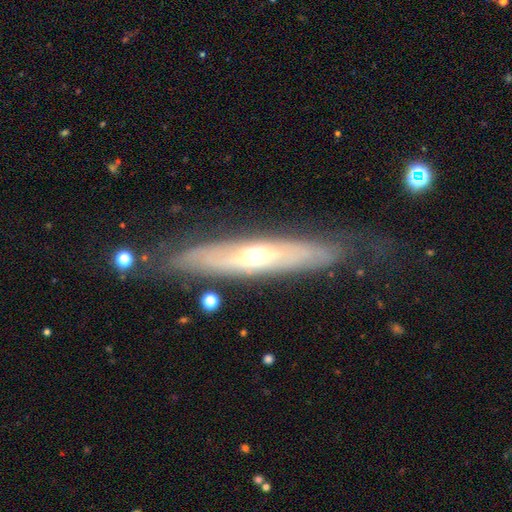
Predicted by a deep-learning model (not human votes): This appears to be a featured or disk galaxy (72%) viewed edge-on (53%). Merging: none (72%).